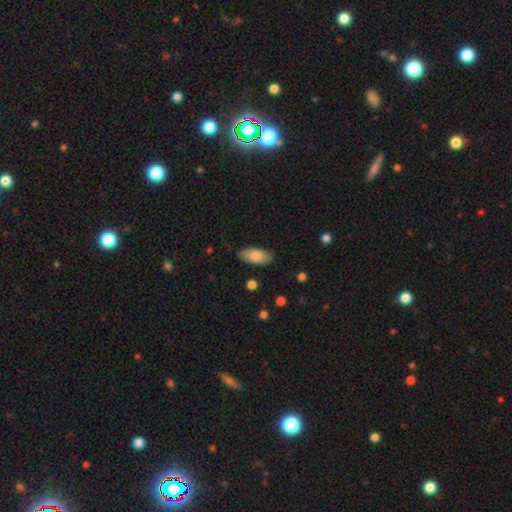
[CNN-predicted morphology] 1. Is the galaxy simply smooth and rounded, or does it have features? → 84% smooth, 10% featured or disk, 6% star or artifact.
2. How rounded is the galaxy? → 91% in between, 7% cigar-shaped, 2% round.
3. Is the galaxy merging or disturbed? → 84% none, 12% minor disturbance, 2% major disturbance, 1% merger.